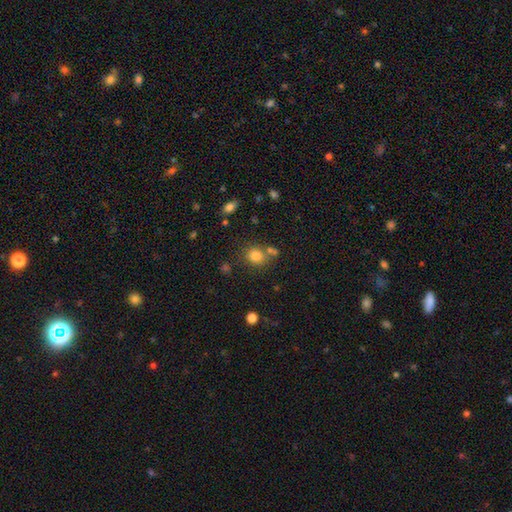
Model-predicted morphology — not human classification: Smooth or featured?
  - smooth: 80% *
  - star or artifact: 12%
  - featured or disk: 7%
How rounded?
  - round: 77% *
  - in between: 22%
  - cigar-shaped: 1%
Merging?
  - none: 67% *
  - merger: 17%
  - minor disturbance: 12%
  - major disturbance: 4%